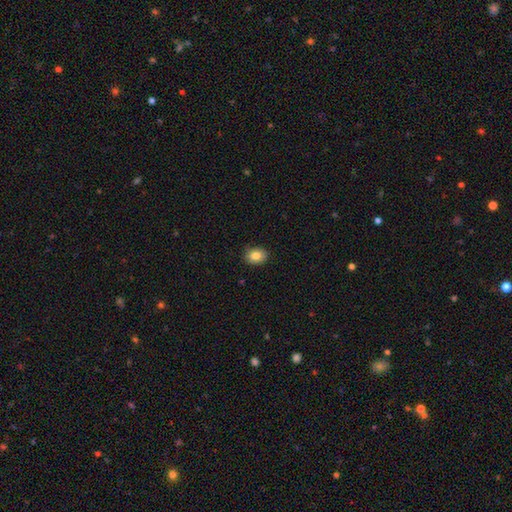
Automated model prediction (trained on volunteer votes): Morphology: type=smooth (84%); roundness=in between (59%); merging=none (87%).